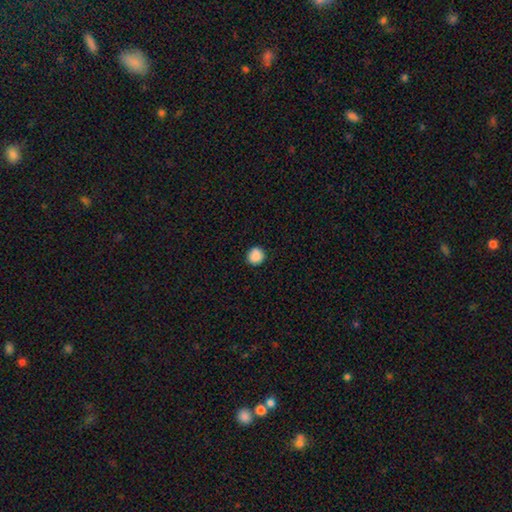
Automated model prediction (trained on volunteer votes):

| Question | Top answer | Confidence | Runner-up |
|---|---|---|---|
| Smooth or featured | smooth | 89% | star or artifact (9%) |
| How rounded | round | 91% | in between (8%) |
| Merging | none | 90% | minor disturbance (7%) |